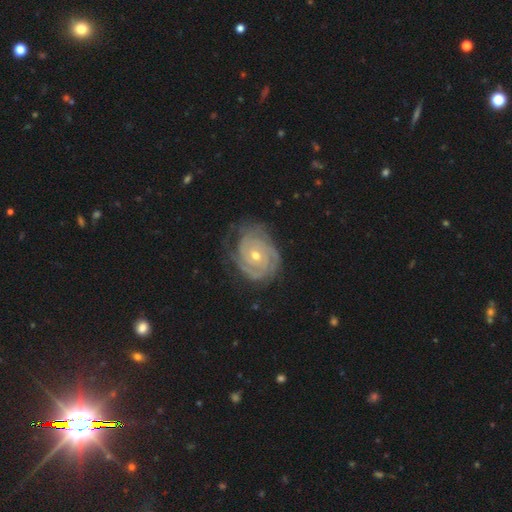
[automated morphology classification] Overall: featured or disk (88%). Edge-on disk: no (97%). Bar: no (78%). Spiral arms: yes (97%). Spiral arm count: 3 (27%; can't tell 26%). Spiral winding: tight (82%). Bulge size: moderate (49%; small 48%). Merging: none (70%).